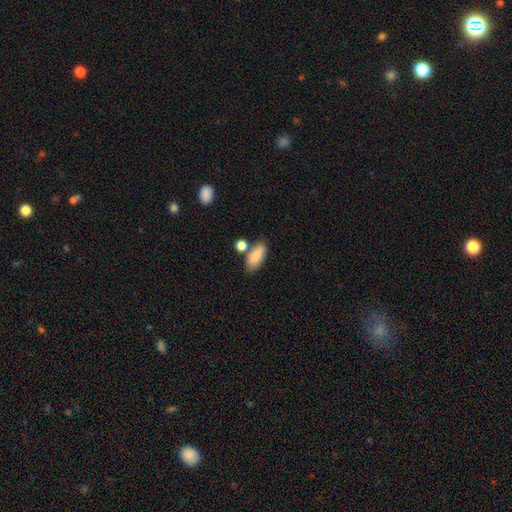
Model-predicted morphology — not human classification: Smooth or featured? smooth (85%)
How rounded? in between (85%)
Merging? none (62%)